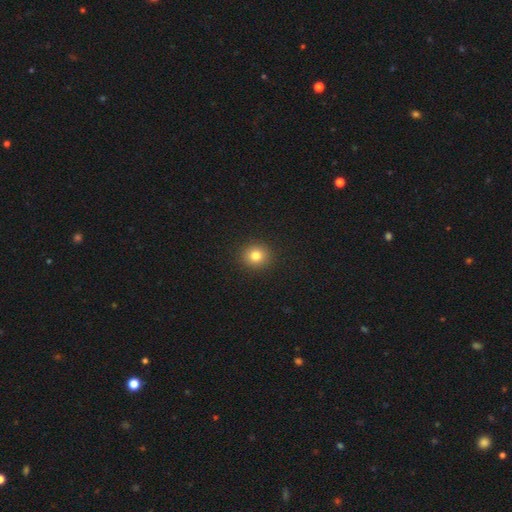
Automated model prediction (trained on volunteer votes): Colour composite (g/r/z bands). It shows a smooth galaxy with no disk features (81%) that is round (88%). Merging: none (92%).